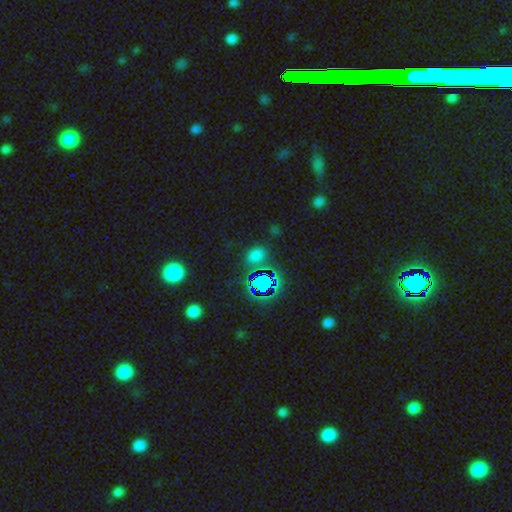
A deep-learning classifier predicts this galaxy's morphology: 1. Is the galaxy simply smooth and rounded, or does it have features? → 53% smooth, 40% star or artifact, 7% featured or disk.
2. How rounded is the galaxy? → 62% in between, 36% round, 2% cigar-shaped.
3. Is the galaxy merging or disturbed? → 74% none, 14% minor disturbance, 6% major disturbance, 6% merger.